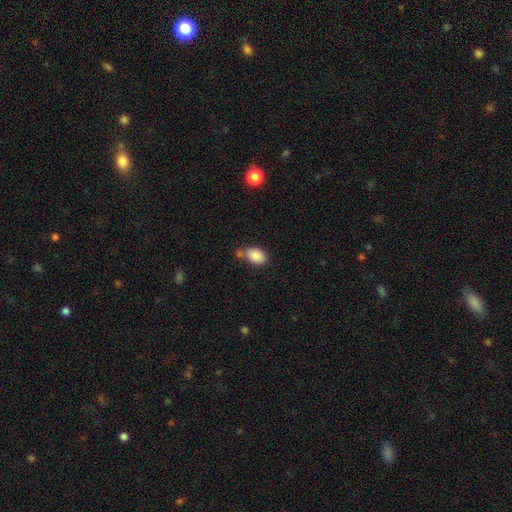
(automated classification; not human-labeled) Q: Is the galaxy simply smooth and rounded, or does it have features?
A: smooth — 86%.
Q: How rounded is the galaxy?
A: in between — 83%.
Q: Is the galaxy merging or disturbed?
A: none — 58%.